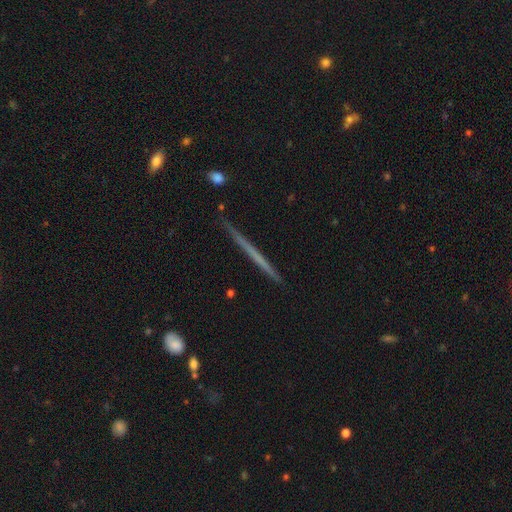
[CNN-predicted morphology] smooth-or-featured: featured or disk: 57% | smooth: 37% | star or artifact: 7%
  disk-edge-on: yes: 97% | no: 3%
    edge-on-bulge: none: 91% | rounded: 6% | boxy: 3%
  merging: none: 89% | minor disturbance: 8% | major disturbance: 2% | merger: 1%